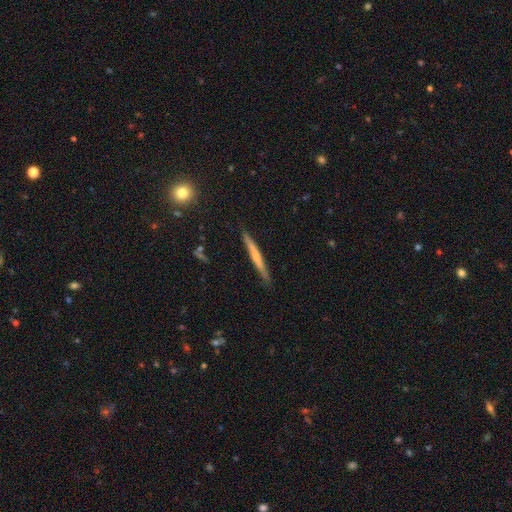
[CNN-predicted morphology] A featured or disk galaxy (49%).

Vote fractions:
- Smooth or featured? featured or disk: 49% / smooth: 45% / star or artifact: 6%
- Merging? none: 87% / minor disturbance: 10% / major disturbance: 2% / merger: 1%